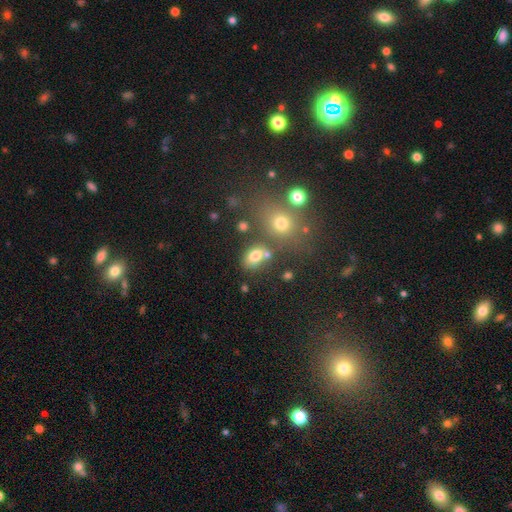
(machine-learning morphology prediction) A smooth galaxy with no disk features (74%) that is in between round and cigar-shaped (70%).

Vote fractions:
- Smooth or featured? smooth: 74% / star or artifact: 15% / featured or disk: 10%
- How rounded? in between: 70% / round: 28% / cigar-shaped: 2%
- Merging? none: 62% / merger: 18% / minor disturbance: 14% / major disturbance: 6%